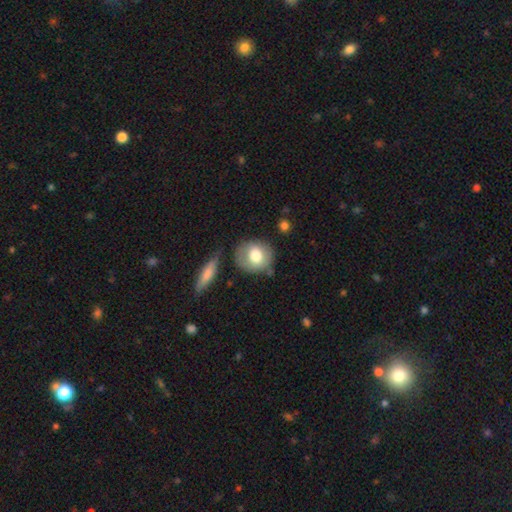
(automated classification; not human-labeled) Overall: smooth (71%). How rounded: round (77%). Merging: none (71%).